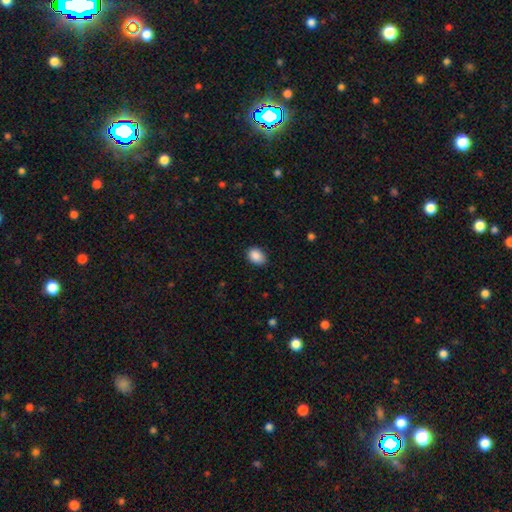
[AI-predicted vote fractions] Smooth or featured? Predicted: smooth (p=0.89). How rounded? Predicted: in between (p=0.74). Merging? Predicted: none (p=0.83).